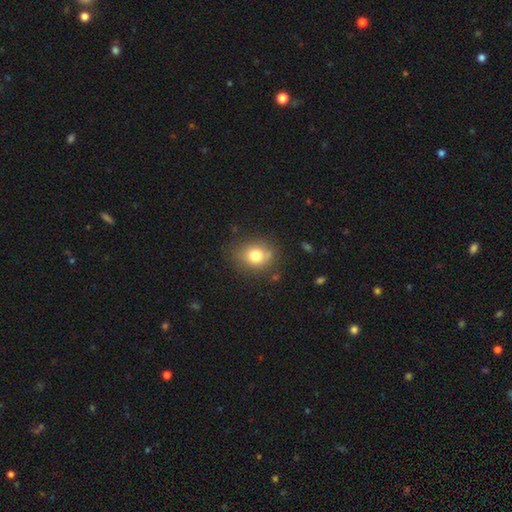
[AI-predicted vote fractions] Smooth or featured?
  - smooth: 77% *
  - star or artifact: 12%
  - featured or disk: 11%
How rounded?
  - round: 64% *
  - in between: 35%
  - cigar-shaped: 1%
Merging?
  - none: 77% *
  - minor disturbance: 16%
  - major disturbance: 5%
  - merger: 3%